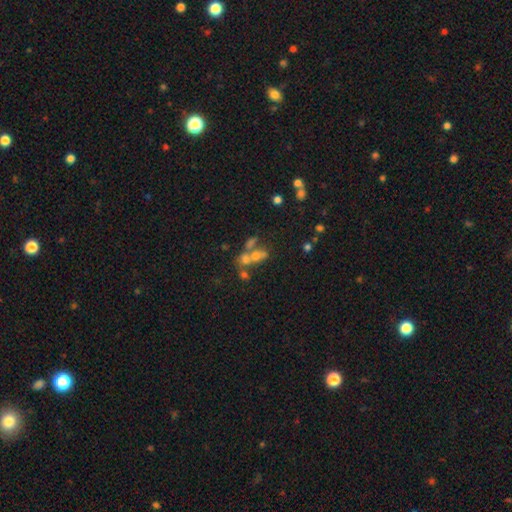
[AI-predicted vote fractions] Q: Smooth or featured?
A: smooth (47%); runner-up: featured or disk (31%)
Q: Merging?
A: merger (55%); runner-up: none (26%)